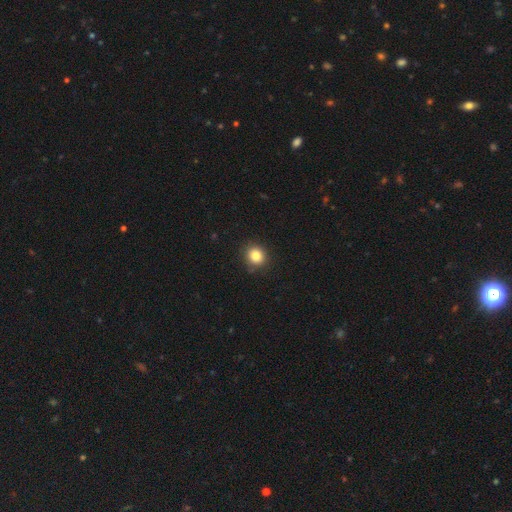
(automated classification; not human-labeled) A smooth galaxy with no disk features (84%) that is round (82%). Merging: none (87%).